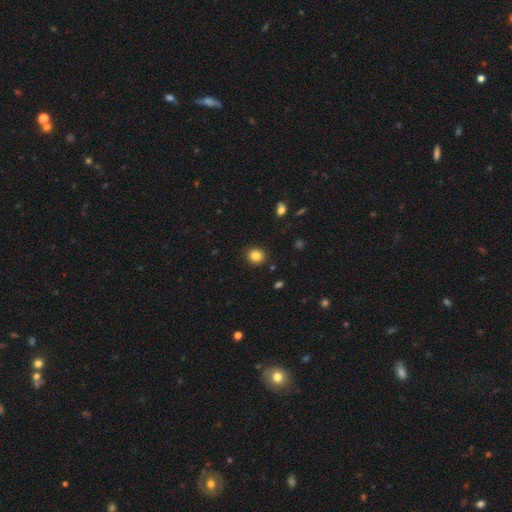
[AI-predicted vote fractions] Morphology: type=smooth (84%); roundness=round (83%); merging=none (91%).